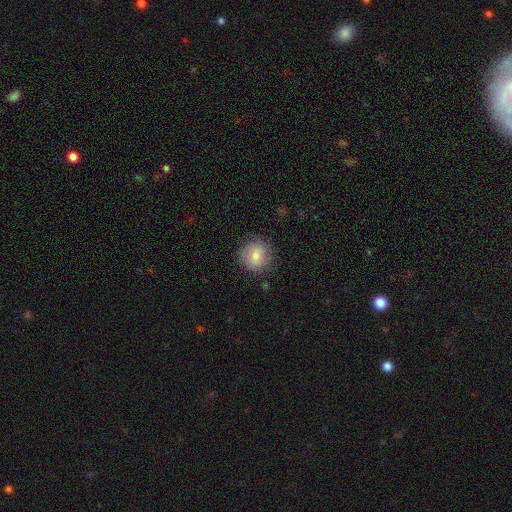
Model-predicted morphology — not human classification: Q: Smooth or featured?
A: smooth (68%); runner-up: featured or disk (23%)
Q: How rounded?
A: round (92%); runner-up: in between (7%)
Q: Merging?
A: none (81%); runner-up: minor disturbance (14%)